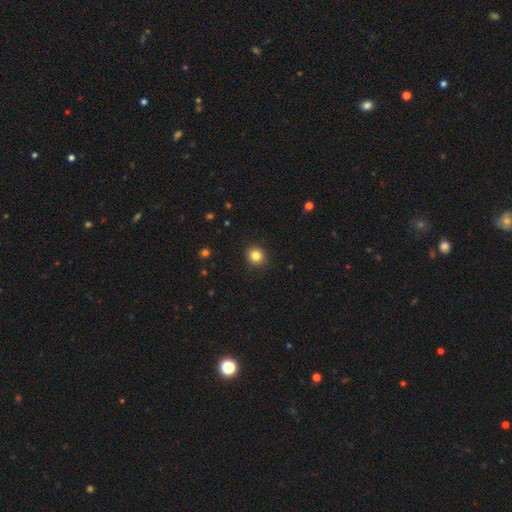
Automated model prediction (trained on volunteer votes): Smooth or featured? smooth (83%)
How rounded? round (87%)
Merging? none (91%)